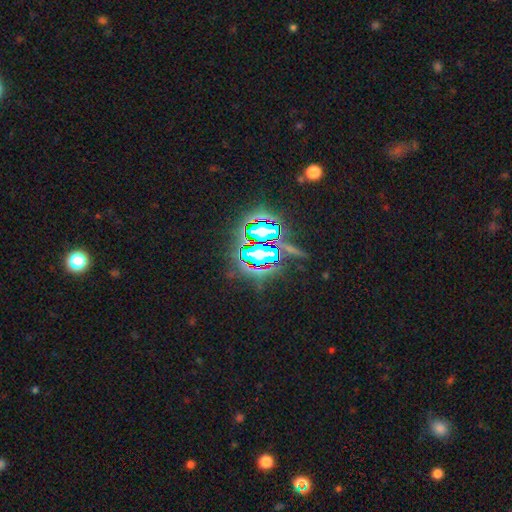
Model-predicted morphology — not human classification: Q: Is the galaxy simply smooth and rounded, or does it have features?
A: star or artifact — 75%.